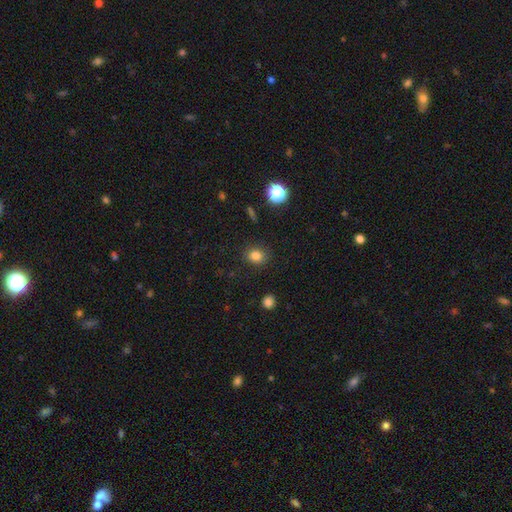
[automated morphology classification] The model was most divided on "how rounded": round: 67%, in between: 32%, cigar-shaped: 1%. More confident: merging — none (86%); smooth or featured — smooth (82%).